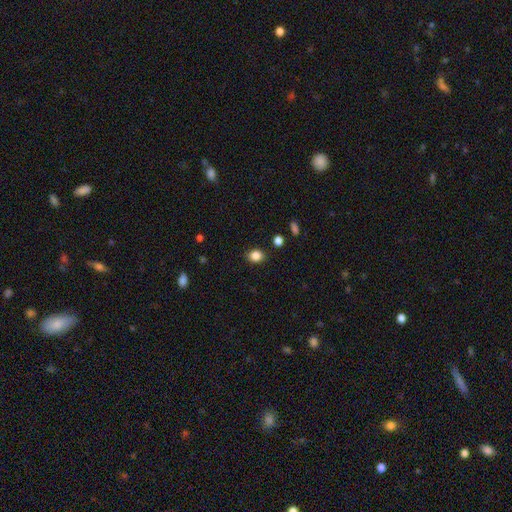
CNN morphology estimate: Smooth or featured? Predicted: smooth (p=0.85). How rounded? Predicted: round (p=0.56). Merging? Predicted: none (p=0.87).